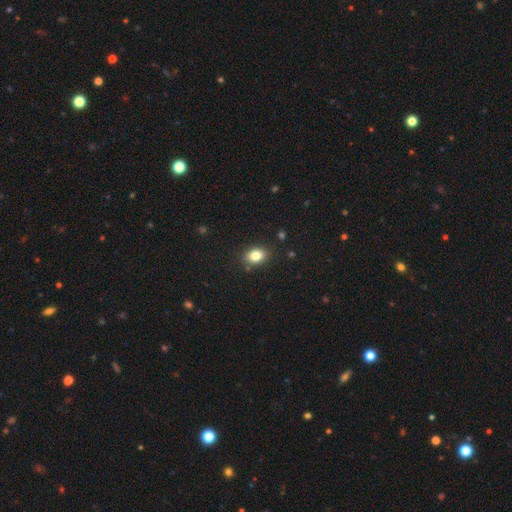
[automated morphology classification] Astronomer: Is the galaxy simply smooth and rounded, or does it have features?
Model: smooth — 83%.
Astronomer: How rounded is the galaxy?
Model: in between — 71%.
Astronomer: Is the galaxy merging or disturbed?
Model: none — 86%.